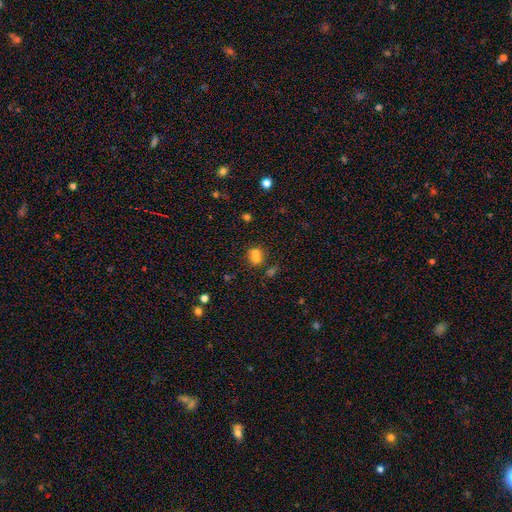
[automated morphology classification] smooth-or-featured: smooth: 66% | featured or disk: 18% | star or artifact: 16%
  how-rounded: round: 74% | in between: 25% | cigar-shaped: 1%
  merging: merger: 60% | none: 31% | minor disturbance: 6% | major disturbance: 3%